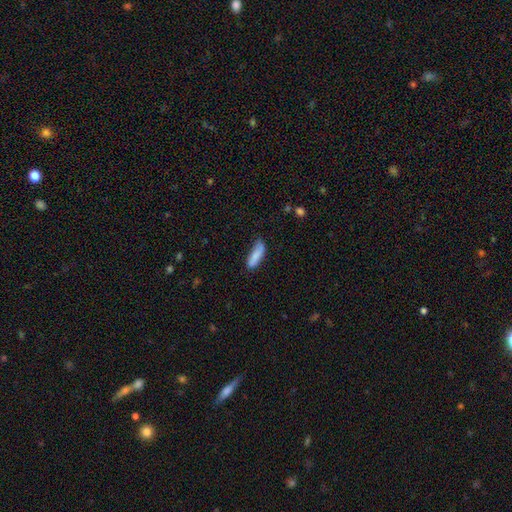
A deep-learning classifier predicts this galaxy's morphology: Smooth or featured?
  - smooth: 82% *
  - featured or disk: 11%
  - star or artifact: 6%
How rounded?
  - cigar-shaped: 54% *
  - in between: 44%
  - round: 2%
Merging?
  - none: 59% *
  - minor disturbance: 31%
  - major disturbance: 7%
  - merger: 3%